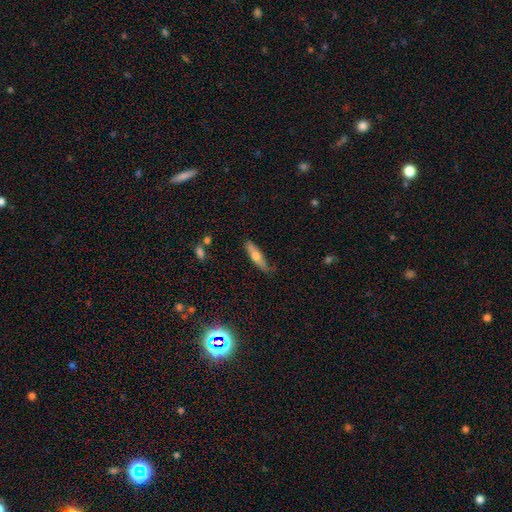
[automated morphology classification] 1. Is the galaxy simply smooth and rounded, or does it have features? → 58% smooth, 36% featured or disk, 6% star or artifact.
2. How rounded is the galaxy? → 74% cigar-shaped, 24% in between, 2% round.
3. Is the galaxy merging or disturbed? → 69% none, 23% minor disturbance, 5% major disturbance, 3% merger.